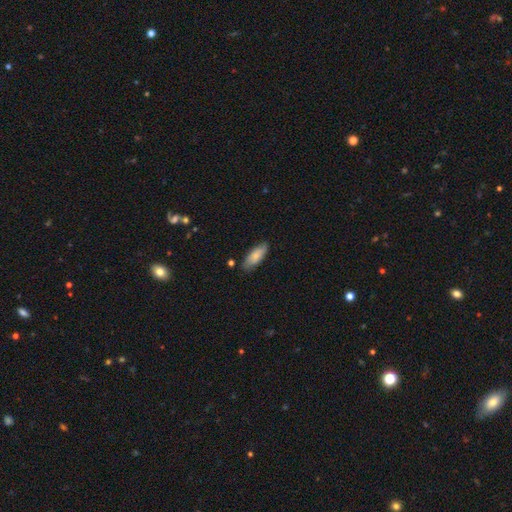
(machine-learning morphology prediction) Smooth or featured?
  - smooth: 76% *
  - featured or disk: 18%
  - star or artifact: 6%
How rounded?
  - in between: 70% *
  - cigar-shaped: 28%
  - round: 2%
Merging?
  - none: 80% *
  - minor disturbance: 16%
  - major disturbance: 2%
  - merger: 2%